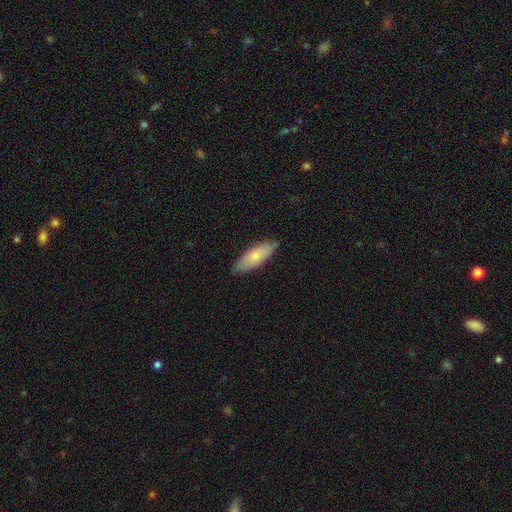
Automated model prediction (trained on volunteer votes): The model was most divided on "how rounded": in between: 70%, cigar-shaped: 28%, round: 2%. More confident: merging — none (79%); smooth or featured — smooth (72%).